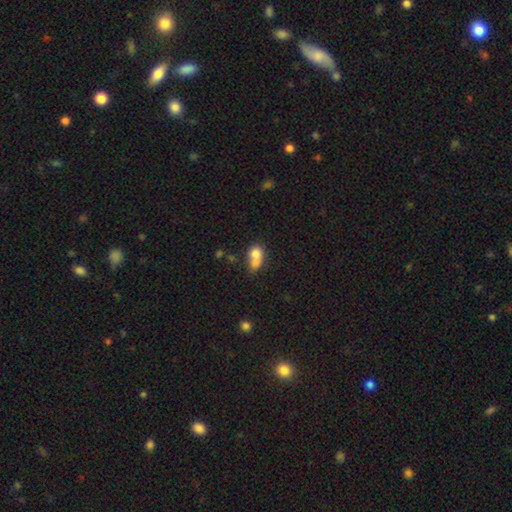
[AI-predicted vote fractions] Q: Smooth or featured?
A: smooth (73%); runner-up: featured or disk (17%)
Q: How rounded?
A: round (50%); runner-up: in between (48%)
Q: Merging?
A: merger (61%); runner-up: none (22%)